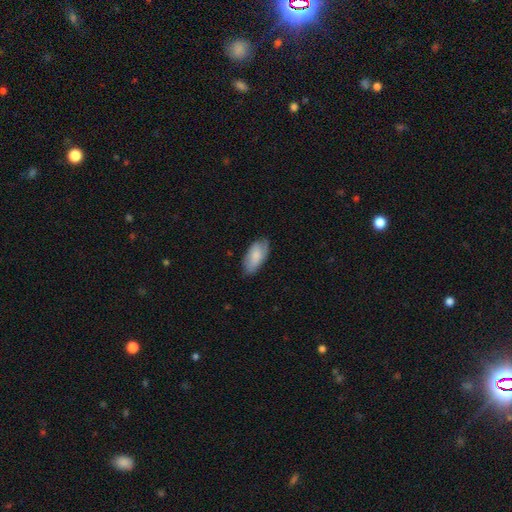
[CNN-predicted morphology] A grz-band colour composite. It shows a smooth galaxy with no disk features (76%) that is in between round and cigar-shaped (90%). Merging: none (72%).